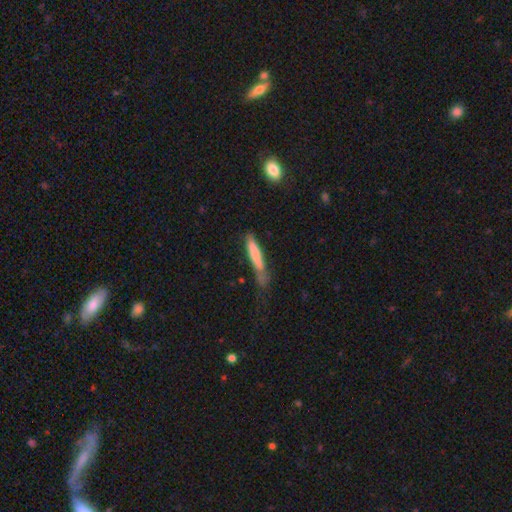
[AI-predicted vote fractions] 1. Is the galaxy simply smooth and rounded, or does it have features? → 74% smooth, 20% featured or disk, 6% star or artifact.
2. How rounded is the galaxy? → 91% cigar-shaped, 8% in between, 1% round.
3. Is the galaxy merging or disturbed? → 51% none, 30% minor disturbance, 13% major disturbance, 6% merger.